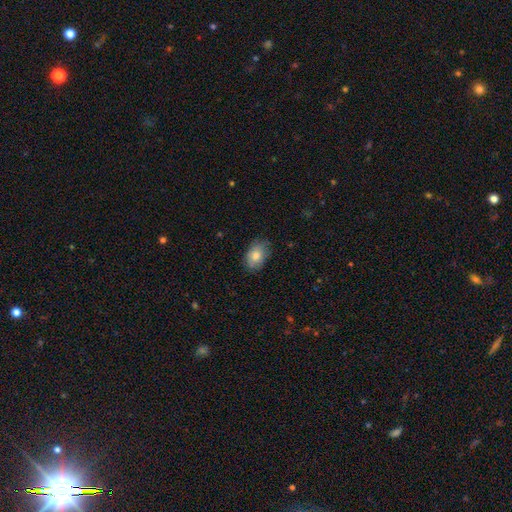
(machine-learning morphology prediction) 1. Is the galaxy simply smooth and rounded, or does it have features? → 79% smooth, 13% featured or disk, 7% star or artifact.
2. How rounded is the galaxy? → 83% in between, 16% round, 1% cigar-shaped.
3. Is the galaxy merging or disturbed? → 75% none, 20% minor disturbance, 4% major disturbance, 1% merger.